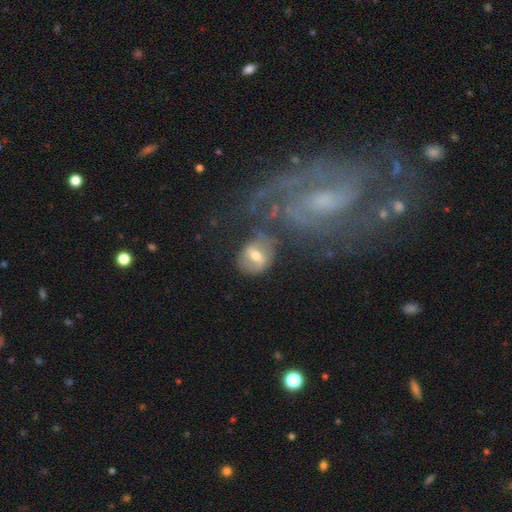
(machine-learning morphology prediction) A featured or disk galaxy (56%) with a strong bar (48%), no spiral arms (55%) and a moderate central bulge (71%). Merging: none (61%).